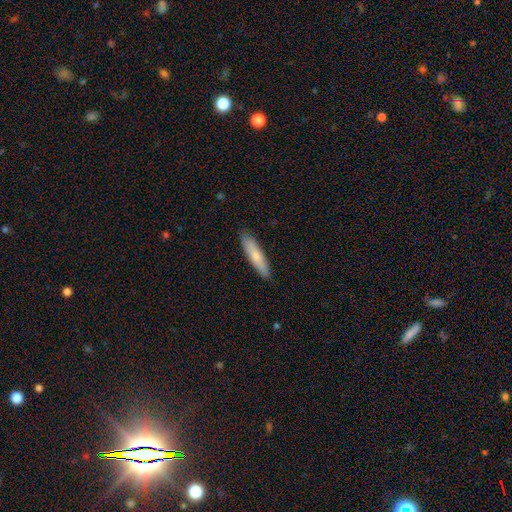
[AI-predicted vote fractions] smooth_or_featured: smooth (p=0.70) [alt: featured or disk p=0.25]
how_rounded: cigar-shaped (p=0.81) [alt: in between p=0.17]
merging: none (p=0.89) [alt: minor disturbance p=0.08]